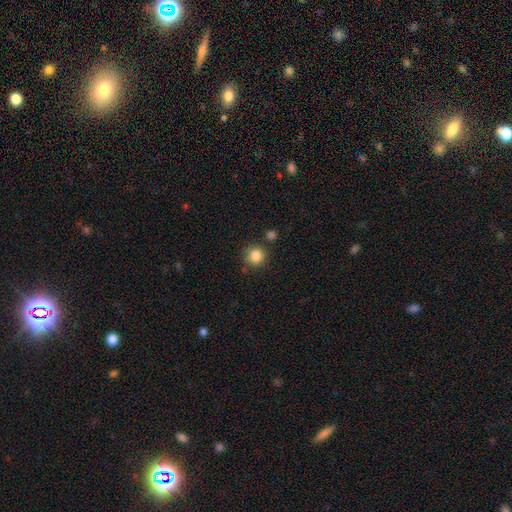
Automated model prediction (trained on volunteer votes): smooth_or_featured: smooth (p=0.85) [alt: star or artifact p=0.10]
how_rounded: round (p=0.90) [alt: in between p=0.09]
merging: none (p=0.79) [alt: minor disturbance p=0.11]